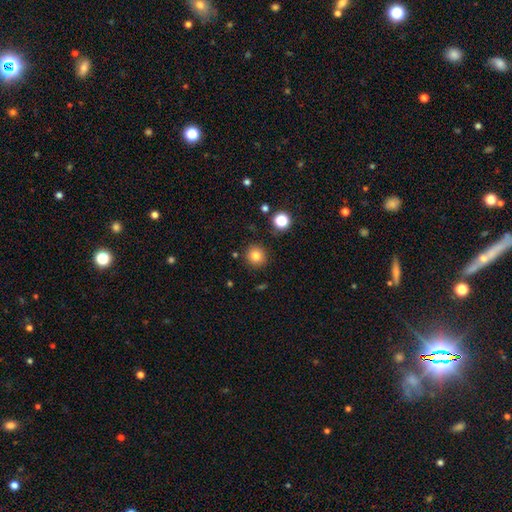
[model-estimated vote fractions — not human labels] The model was most divided on "smooth or featured": smooth: 81%, star or artifact: 12%, featured or disk: 7%. More confident: how rounded — round (93%); merging — none (89%).